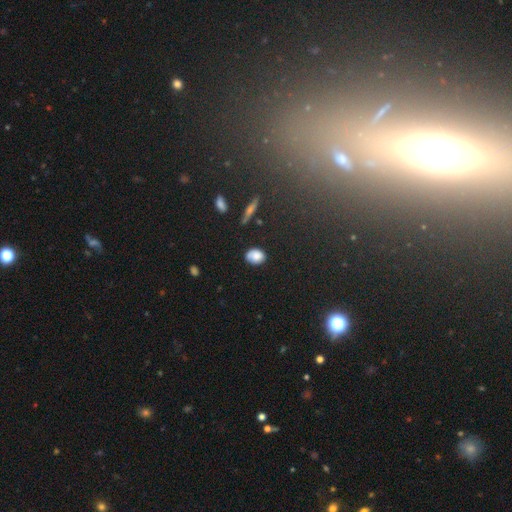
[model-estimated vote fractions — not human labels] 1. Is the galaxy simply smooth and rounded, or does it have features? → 82% smooth, 9% star or artifact, 9% featured or disk.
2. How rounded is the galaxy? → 66% in between, 33% round, 2% cigar-shaped.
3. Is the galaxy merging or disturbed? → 74% none, 20% minor disturbance, 4% major disturbance, 2% merger.